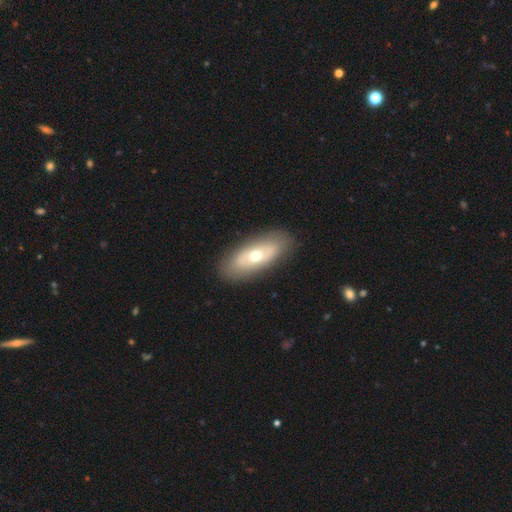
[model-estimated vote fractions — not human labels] This appears to be a smooth galaxy with no disk features (48%). Merging: none (87%).